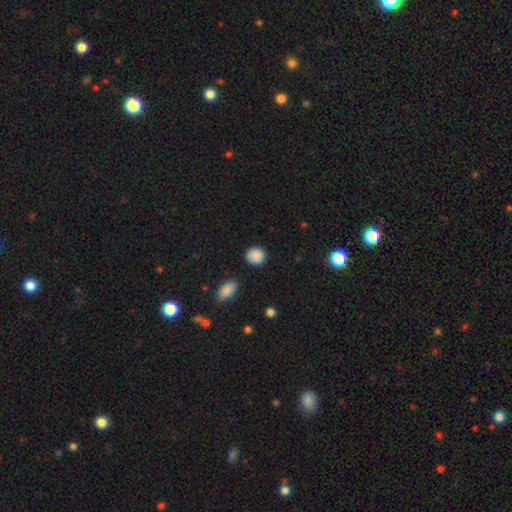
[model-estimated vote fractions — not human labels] Smooth or featured? Predicted: smooth (p=0.88). How rounded? Predicted: round (p=0.82). Merging? Predicted: none (p=0.86).